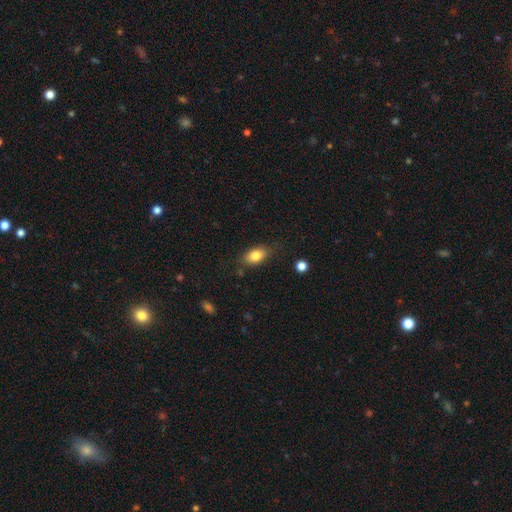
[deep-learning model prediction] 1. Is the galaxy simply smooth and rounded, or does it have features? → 82% smooth, 10% featured or disk, 8% star or artifact.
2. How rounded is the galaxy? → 86% in between, 10% round, 4% cigar-shaped.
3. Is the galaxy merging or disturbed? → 77% none, 17% minor disturbance, 4% major disturbance, 2% merger.